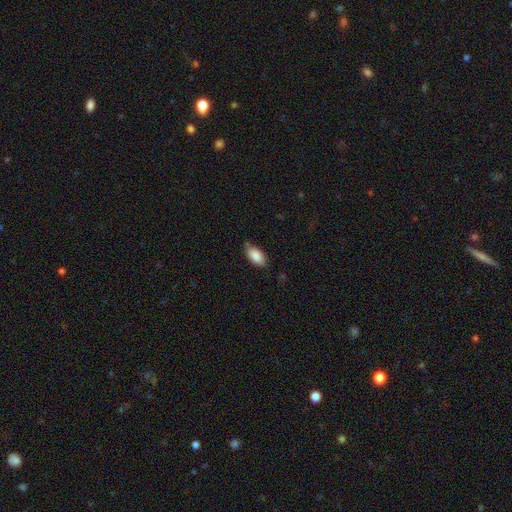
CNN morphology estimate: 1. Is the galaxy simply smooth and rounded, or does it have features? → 87% smooth, 7% featured or disk, 6% star or artifact.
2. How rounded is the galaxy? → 92% in between, 5% cigar-shaped, 2% round.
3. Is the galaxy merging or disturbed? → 74% none, 21% minor disturbance, 3% major disturbance, 2% merger.